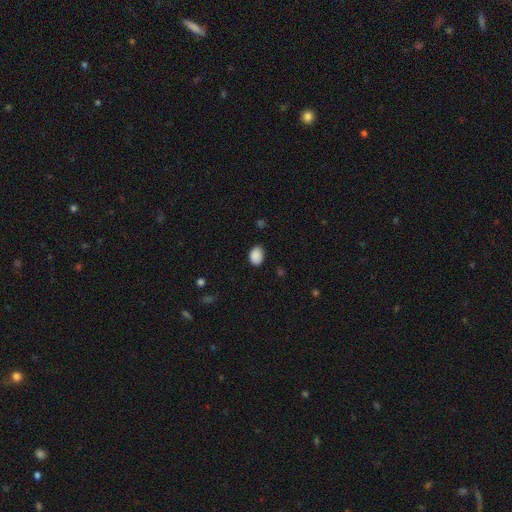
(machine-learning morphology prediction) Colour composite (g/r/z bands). It shows a smooth galaxy with no disk features (89%) that is in between round and cigar-shaped (76%). Merging: none (82%).